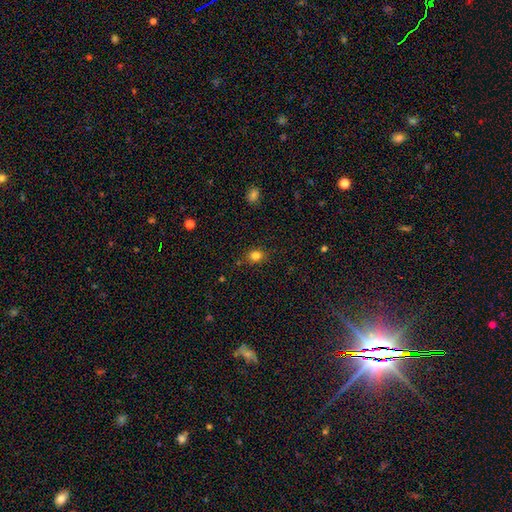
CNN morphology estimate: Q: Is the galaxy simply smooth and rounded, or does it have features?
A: smooth — 82%.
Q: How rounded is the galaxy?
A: round — 72%.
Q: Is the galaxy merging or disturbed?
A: none — 85%.